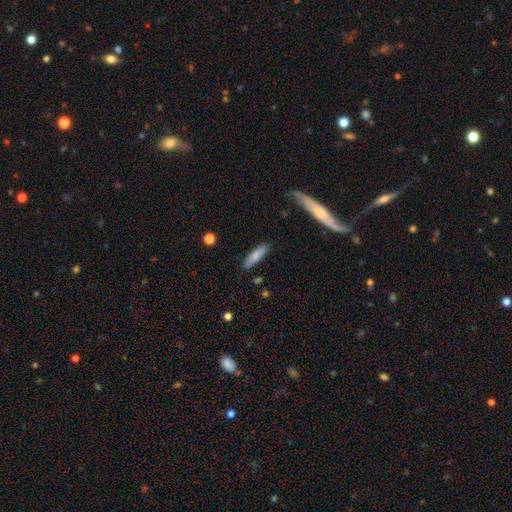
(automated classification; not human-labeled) smooth 78%, featured or disk 16%, star or artifact 6%. Down the decision tree: how rounded — cigar-shaped (64%); merging — none (85%).